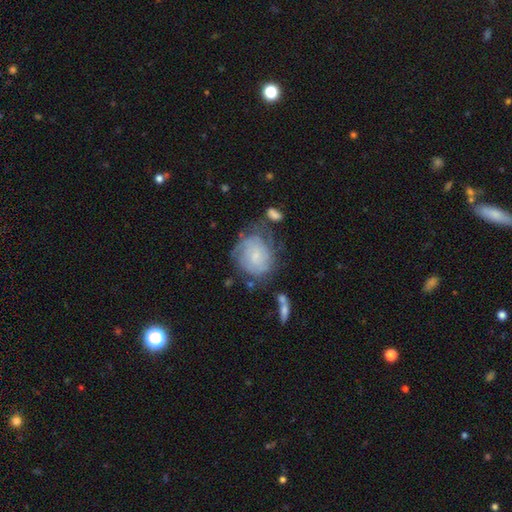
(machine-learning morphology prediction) smooth_or_featured: featured or disk (p=0.54) [alt: smooth p=0.38]
disk_edge_on: no (p=0.97) [alt: yes p=0.03]
bar: no (p=0.76) [alt: weak p=0.21]
has_spiral_arms: yes (p=0.74) [alt: no p=0.26]
bulge_size: small (p=0.65) [alt: moderate p=0.20]
merging: none (p=0.47) [alt: minor disturbance p=0.26]